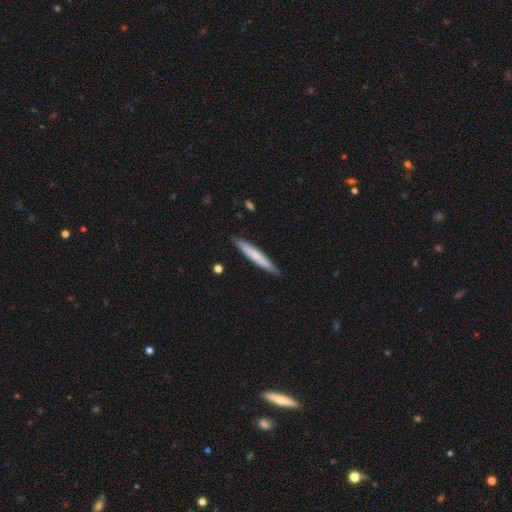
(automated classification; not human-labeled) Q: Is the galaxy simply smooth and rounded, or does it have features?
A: smooth — 69%.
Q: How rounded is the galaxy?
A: cigar-shaped — 94%.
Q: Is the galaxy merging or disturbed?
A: none — 90%.